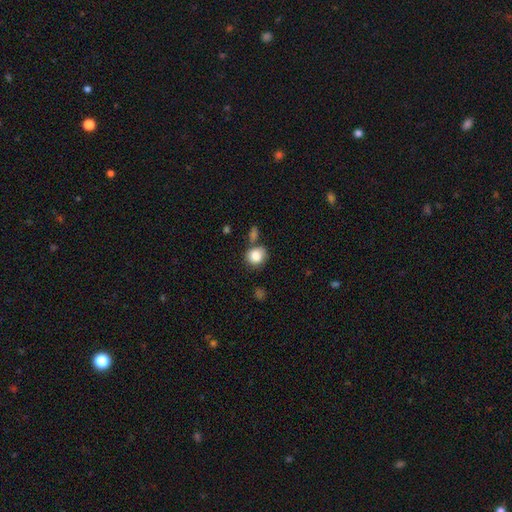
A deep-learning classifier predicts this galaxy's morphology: Smooth or featured? Predicted: smooth (p=0.86). How rounded? Predicted: round (p=0.77). Merging? Predicted: none (p=0.58).